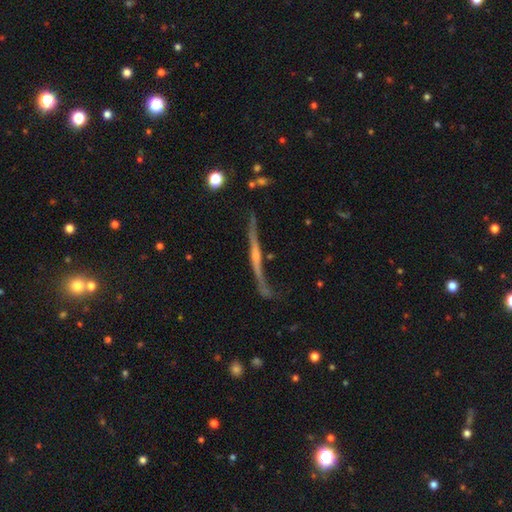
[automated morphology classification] A featured or disk galaxy (78%) viewed edge-on (93%) with a rounded central bulge (59%). Merging: none (62%).